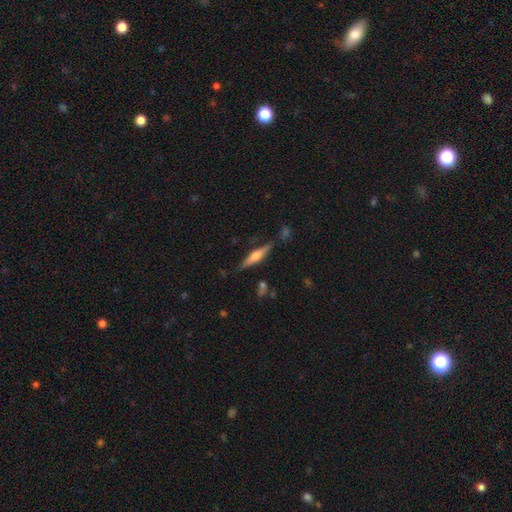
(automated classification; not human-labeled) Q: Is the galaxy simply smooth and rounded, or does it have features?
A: featured or disk — 61%.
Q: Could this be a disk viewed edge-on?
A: yes — 96%.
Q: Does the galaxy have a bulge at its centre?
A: rounded — 86%.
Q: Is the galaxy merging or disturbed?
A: none — 81%.